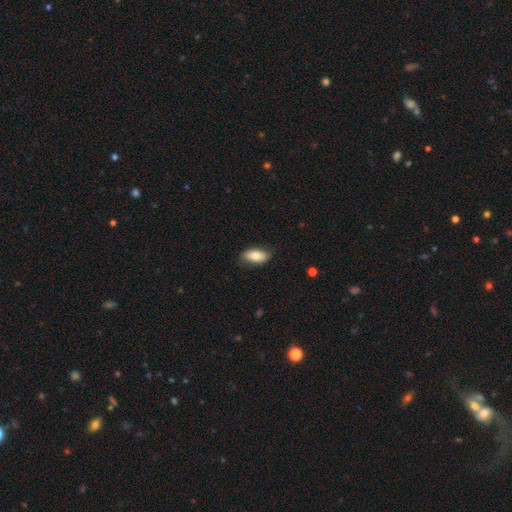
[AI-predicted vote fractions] This appears to be a smooth galaxy with no disk features (78%) that is in between round and cigar-shaped (89%). Merging: none (82%).